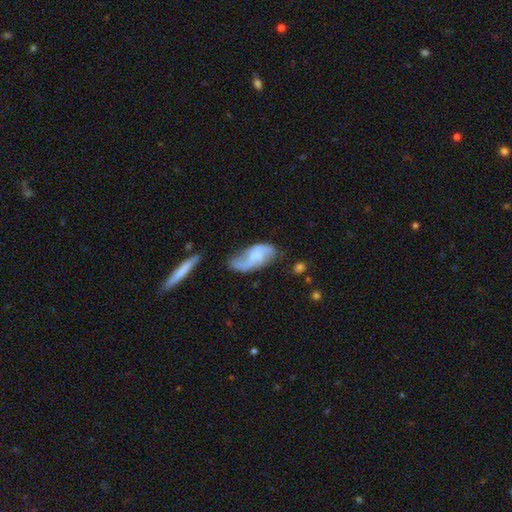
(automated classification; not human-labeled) This is likely a featured or disk galaxy (62%). It is clearly not viewed edge-on (93%). Bar: possibly no (50%). Spiral arm pattern: clearly yes (85%). Central bulge: marginally small (41%). Merging: possibly none (45%).